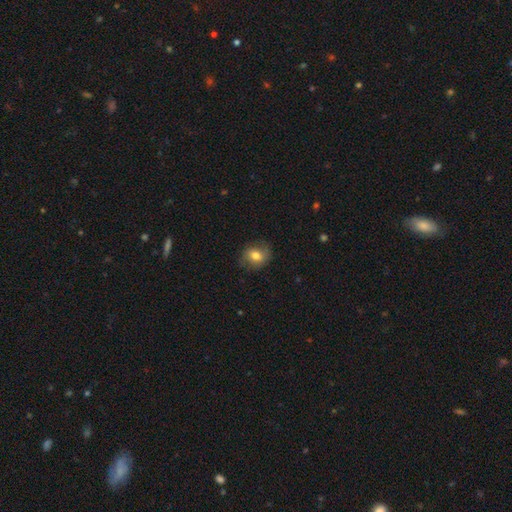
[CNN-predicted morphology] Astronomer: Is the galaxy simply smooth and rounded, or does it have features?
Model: smooth — 72%.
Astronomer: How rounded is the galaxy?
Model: round — 57% (runner-up: in between, 42%).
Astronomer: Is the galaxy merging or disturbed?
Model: none — 77%.